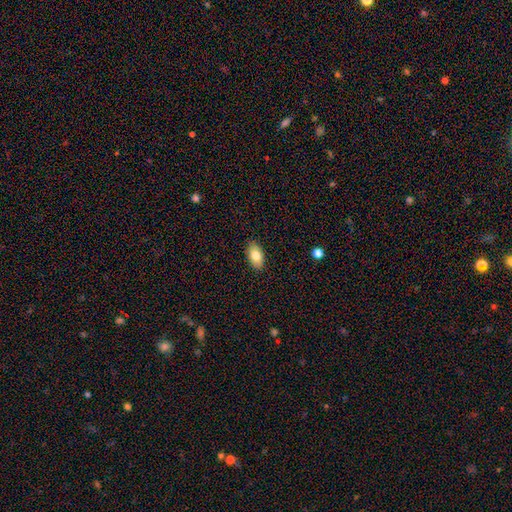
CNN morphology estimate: A smooth galaxy with no disk features (80%) that is in between round and cigar-shaped (92%). Merging: none (88%).